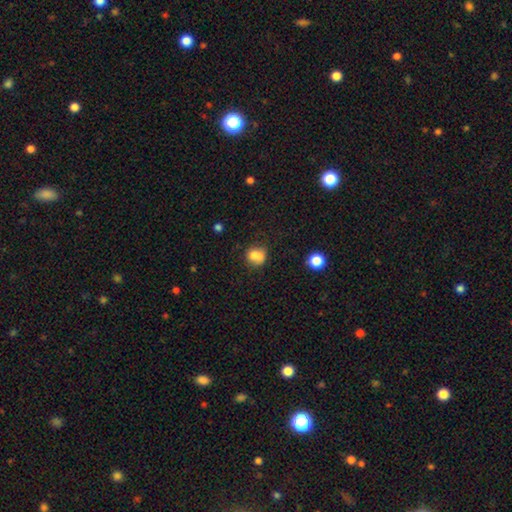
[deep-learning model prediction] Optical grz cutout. It shows a smooth galaxy with no disk features (73%) that is round (73%). Merging: merger (42%).